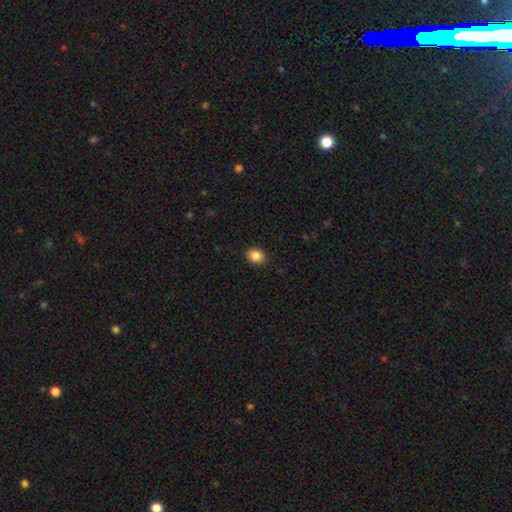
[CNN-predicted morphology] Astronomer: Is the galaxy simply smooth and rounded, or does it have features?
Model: smooth — 87%.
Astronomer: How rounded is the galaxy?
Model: round — 50% (runner-up: in between, 49%).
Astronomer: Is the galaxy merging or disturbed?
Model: none — 91%.